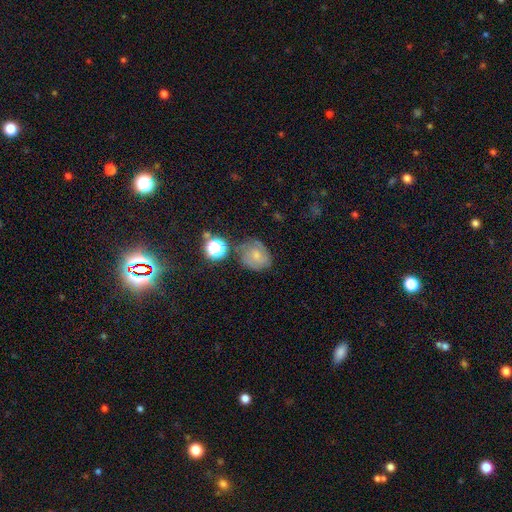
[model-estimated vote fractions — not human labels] Smooth or featured? Predicted: smooth (p=0.52). How rounded? Predicted: round (p=0.67). Merging? Predicted: none (p=0.59).